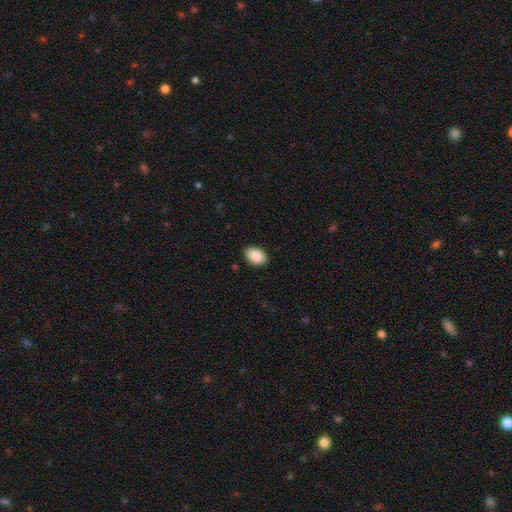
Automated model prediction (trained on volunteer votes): This is clearly a smooth galaxy (87%). How rounded: clearly in between (85%). Merging: clearly none (88%).